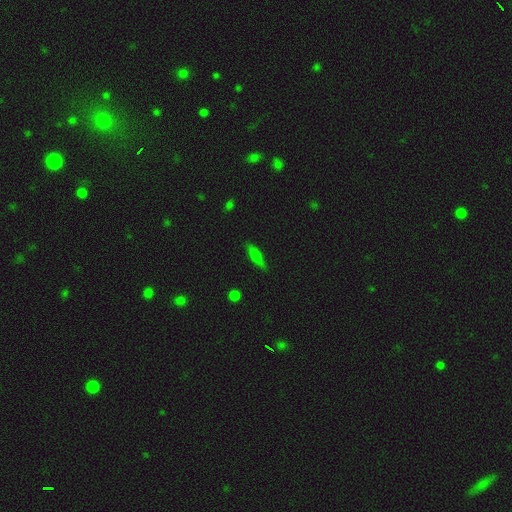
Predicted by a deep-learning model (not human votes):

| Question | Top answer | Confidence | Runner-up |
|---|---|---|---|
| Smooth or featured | smooth | 55% | featured or disk (35%) |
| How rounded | cigar-shaped | 64% | in between (33%) |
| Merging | none | 82% | minor disturbance (14%) |